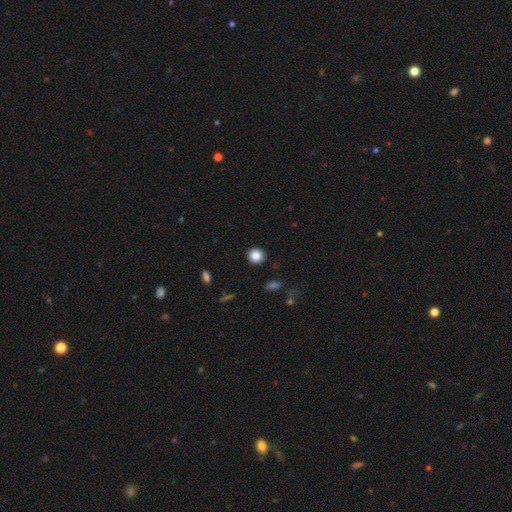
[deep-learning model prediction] The model was most divided on "smooth or featured": smooth: 85%, star or artifact: 10%, featured or disk: 5%. More confident: merging — none (91%); how rounded — round (89%).